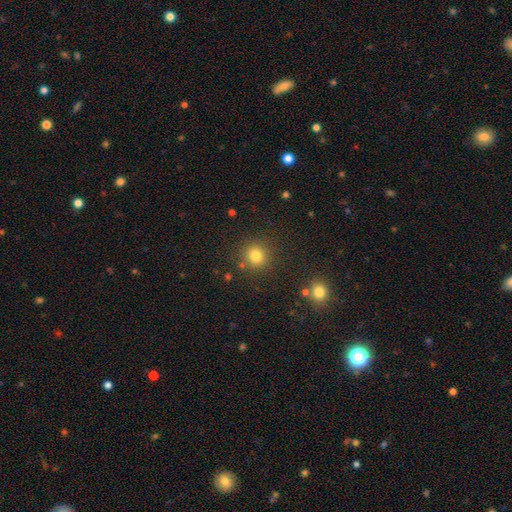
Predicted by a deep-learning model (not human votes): smooth_or_featured: smooth (p=0.79) [alt: star or artifact p=0.15]
how_rounded: round (p=0.90) [alt: in between p=0.09]
merging: none (p=0.85) [alt: minor disturbance p=0.08]